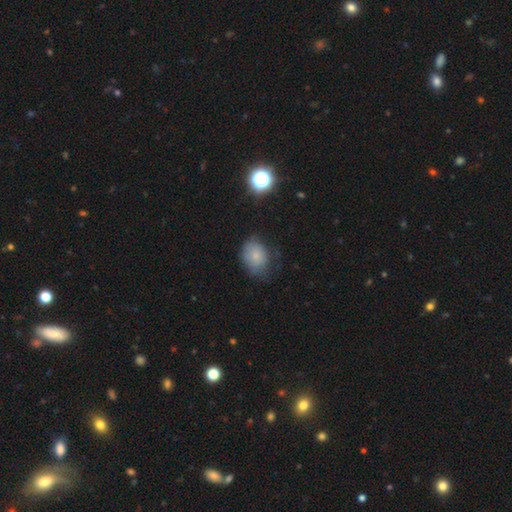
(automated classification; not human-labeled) Q: Smooth or featured?
A: smooth (75%); runner-up: featured or disk (14%)
Q: How rounded?
A: in between (57%); runner-up: round (42%)
Q: Merging?
A: none (56%); runner-up: minor disturbance (31%)